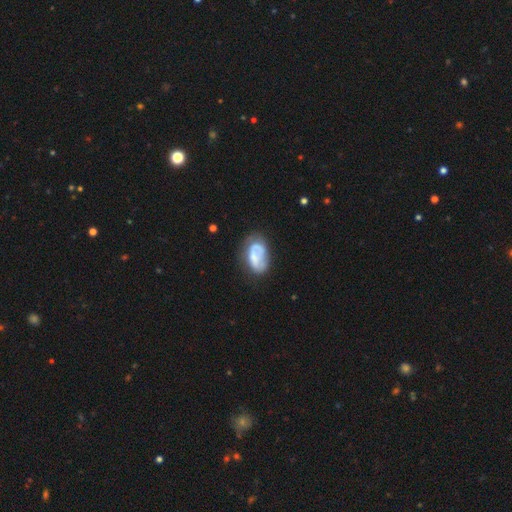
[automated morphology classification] type=smooth (48%); merging=none (49%).